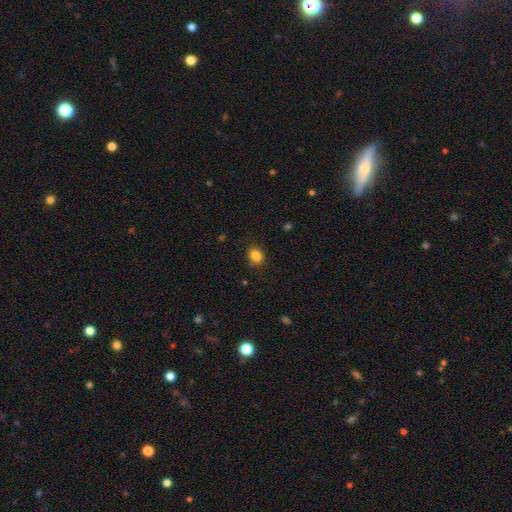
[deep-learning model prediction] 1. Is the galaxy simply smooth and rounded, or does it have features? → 84% smooth, 11% star or artifact, 5% featured or disk.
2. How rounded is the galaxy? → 60% round, 39% in between, 1% cigar-shaped.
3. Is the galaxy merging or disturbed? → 85% none, 11% minor disturbance, 3% major disturbance, 1% merger.